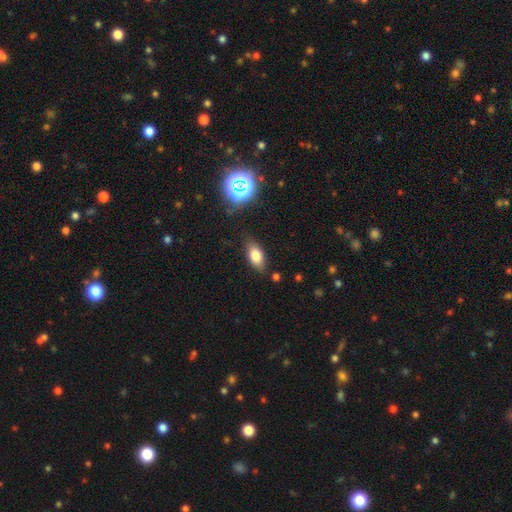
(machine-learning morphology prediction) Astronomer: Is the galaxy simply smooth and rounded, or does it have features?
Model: smooth — 76%.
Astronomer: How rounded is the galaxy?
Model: in between — 87%.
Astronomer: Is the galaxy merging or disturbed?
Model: none — 78%.